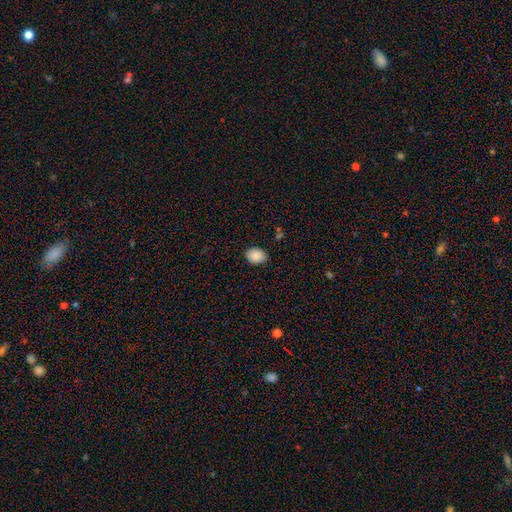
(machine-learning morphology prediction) smooth 89%, star or artifact 8%, featured or disk 4%. Down the decision tree: how rounded — in between (68%); merging — none (86%).